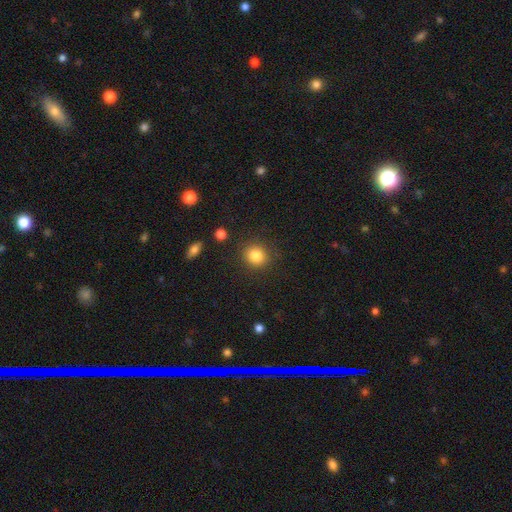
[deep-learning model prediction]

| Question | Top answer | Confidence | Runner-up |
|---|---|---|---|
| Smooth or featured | smooth | 84% | star or artifact (10%) |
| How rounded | round | 83% | in between (16%) |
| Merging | none | 87% | minor disturbance (8%) |